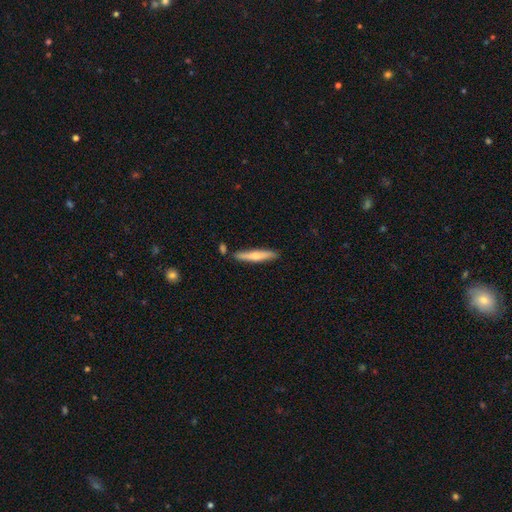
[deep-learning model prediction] Smooth or featured?
  - smooth: 56% *
  - featured or disk: 39%
  - star or artifact: 5%
How rounded?
  - cigar-shaped: 90% *
  - in between: 8%
  - round: 1%
Merging?
  - none: 82% *
  - minor disturbance: 11%
  - merger: 5%
  - major disturbance: 2%